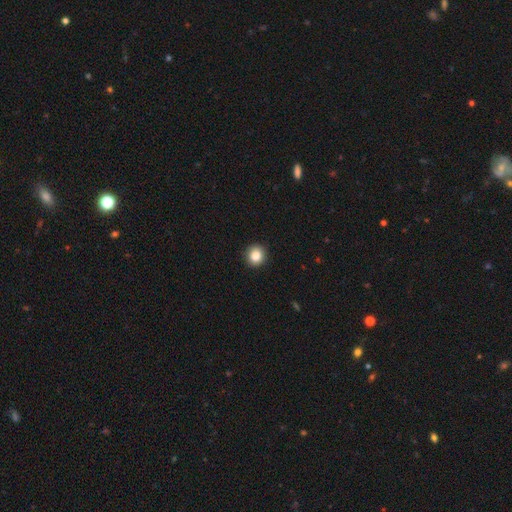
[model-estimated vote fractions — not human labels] Smooth or featured? smooth (86%)
How rounded? round (90%)
Merging? none (92%)